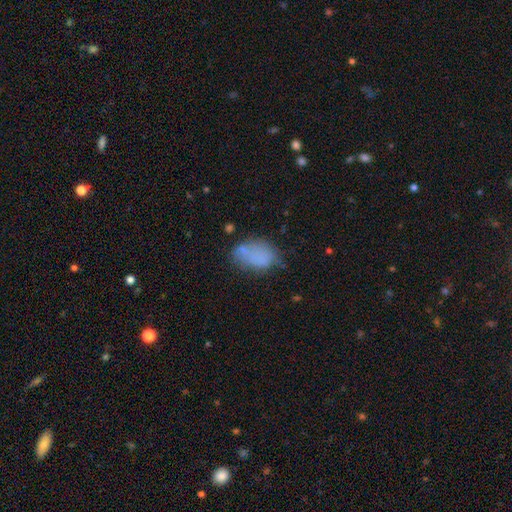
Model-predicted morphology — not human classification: A smooth galaxy with no disk features (69%) that is in between round and cigar-shaped (86%).

Vote fractions:
- Smooth or featured? smooth: 69% / featured or disk: 19% / star or artifact: 11%
- How rounded? in between: 86% / round: 12% / cigar-shaped: 2%
- Merging? none: 47% / minor disturbance: 28% / major disturbance: 15% / merger: 10%